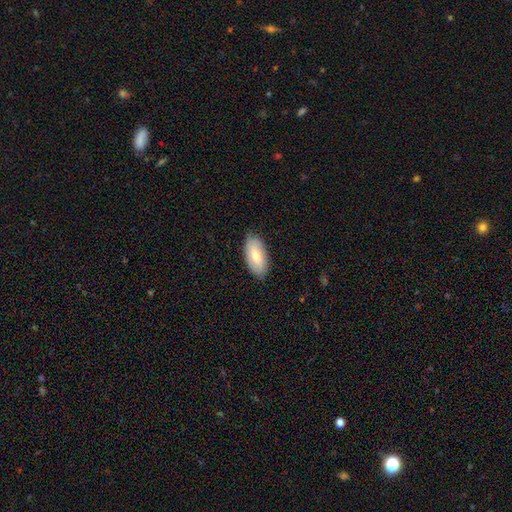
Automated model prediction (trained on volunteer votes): Smooth or featured?
  - smooth: 72% *
  - featured or disk: 22%
  - star or artifact: 6%
How rounded?
  - in between: 93% *
  - cigar-shaped: 5%
  - round: 2%
Merging?
  - none: 83% *
  - minor disturbance: 14%
  - major disturbance: 2%
  - merger: 1%